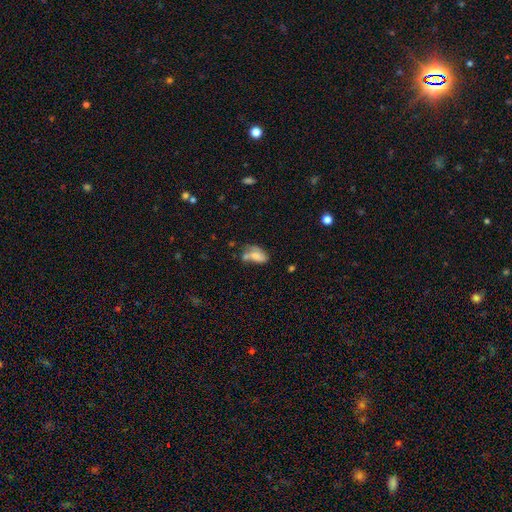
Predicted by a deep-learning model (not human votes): smooth-or-featured: smooth: 67% | featured or disk: 24% | star or artifact: 10%
  how-rounded: in between: 89% | round: 7% | cigar-shaped: 4%
  merging: merger: 33% | none: 31% | minor disturbance: 22% | major disturbance: 14%